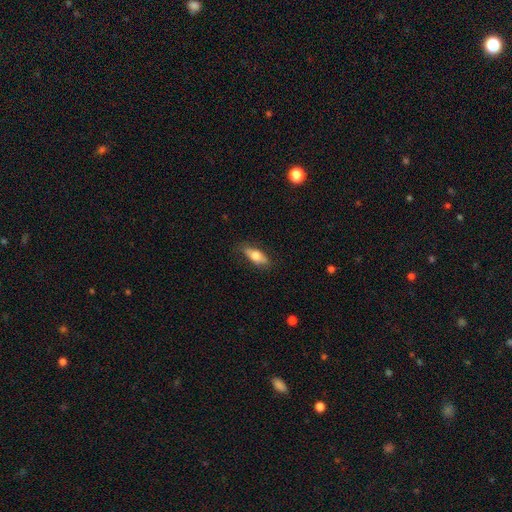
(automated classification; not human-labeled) Morphology: type=smooth (68%); roundness=in between (73%); merging=none (77%).